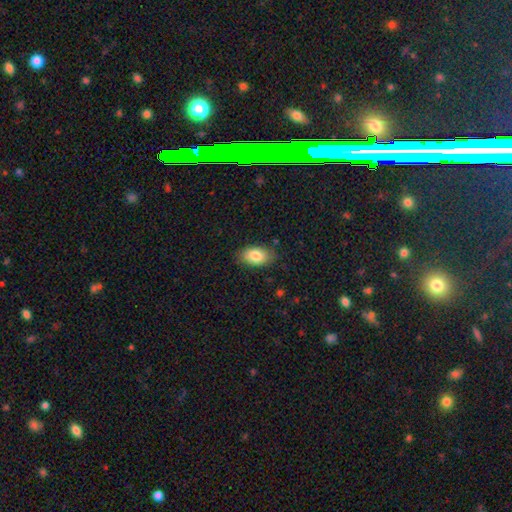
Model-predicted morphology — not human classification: This is clearly a smooth galaxy (83%). How rounded: clearly in between (91%). Merging: clearly none (81%).